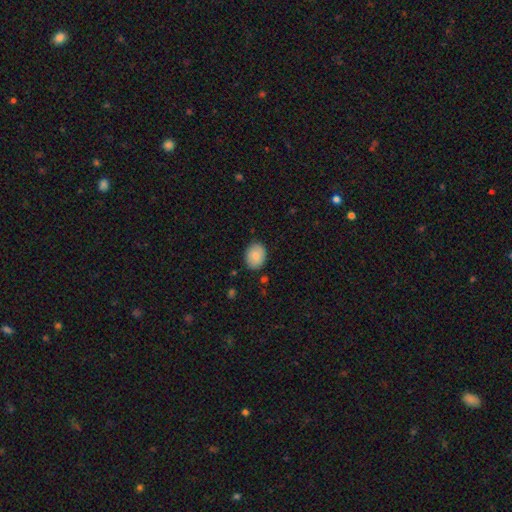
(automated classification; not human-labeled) Smooth or featured: smooth — 83% (featured or disk — 9%)
How rounded: in between — 58% (round — 41%)
Merging: none — 85% (minor disturbance — 12%)